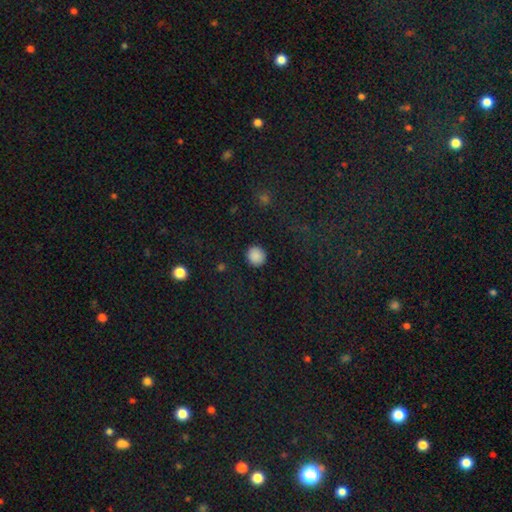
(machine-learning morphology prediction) smooth-or-featured: smooth: 88% | star or artifact: 9% | featured or disk: 3%
  how-rounded: round: 86% | in between: 13% | cigar-shaped: 1%
  merging: none: 90% | minor disturbance: 6% | major disturbance: 2% | merger: 1%